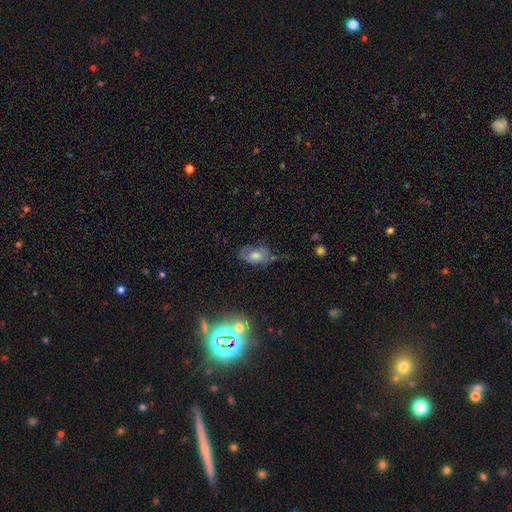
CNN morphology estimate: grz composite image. It shows a smooth galaxy with no disk features (63%) that is in between round and cigar-shaped (88%). Merging: none (49%).